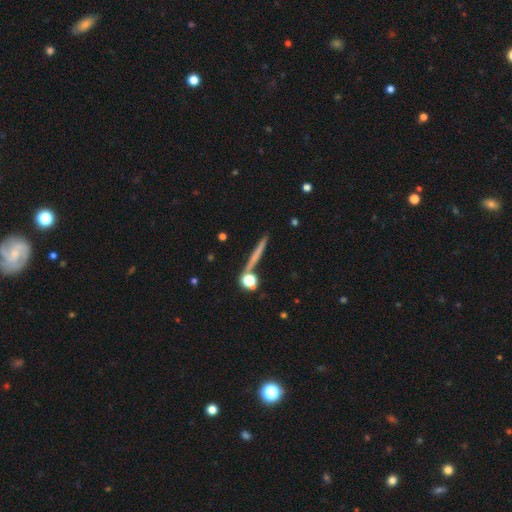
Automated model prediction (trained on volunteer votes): Smooth or featured: smooth — 52% (featured or disk — 36%)
How rounded: cigar-shaped — 84% (round — 10%)
Merging: none — 81% (minor disturbance — 9%)